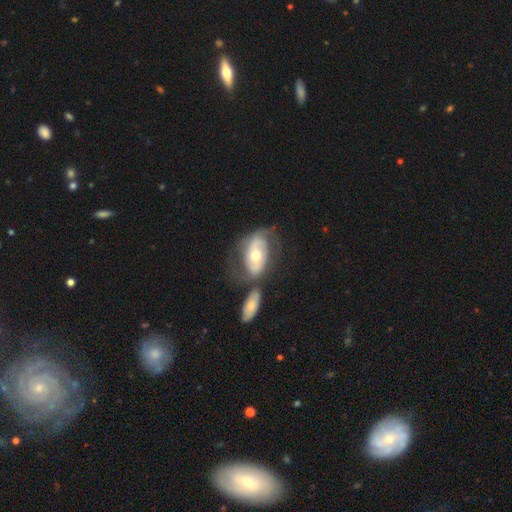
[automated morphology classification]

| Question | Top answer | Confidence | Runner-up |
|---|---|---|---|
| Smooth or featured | featured or disk | 67% | smooth (28%) |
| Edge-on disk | no | 94% | yes (6%) |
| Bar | no | 61% | weak (25%) |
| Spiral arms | yes | 73% | no (27%) |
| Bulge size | moderate | 72% | small (18%) |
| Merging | none | 40% | merger (29%) |